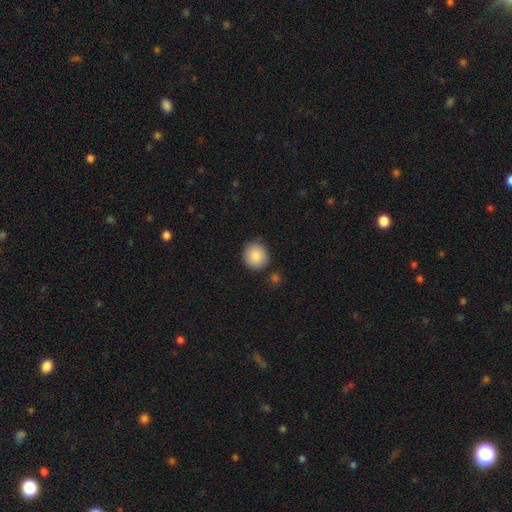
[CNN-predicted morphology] This appears to be a smooth galaxy with no disk features (88%) that is round (89%). Merging: none (84%).